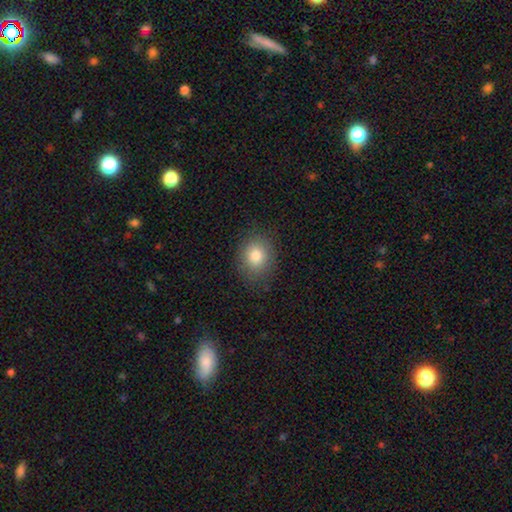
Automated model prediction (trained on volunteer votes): Smooth or featured? smooth (81%)
How rounded? round (60%)
Merging? none (85%)